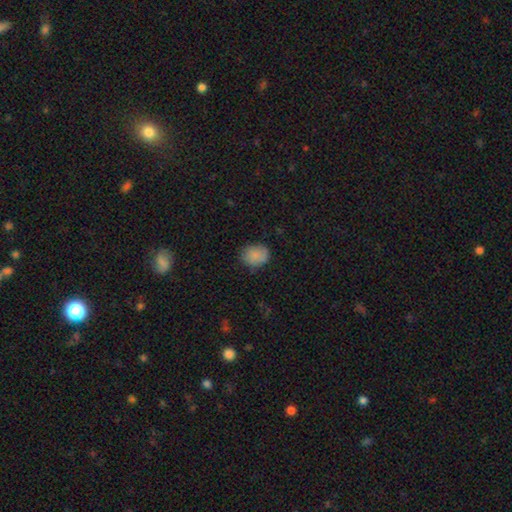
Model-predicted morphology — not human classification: This appears to be a smooth galaxy with no disk features (85%) that is round (56%). Merging: none (74%).